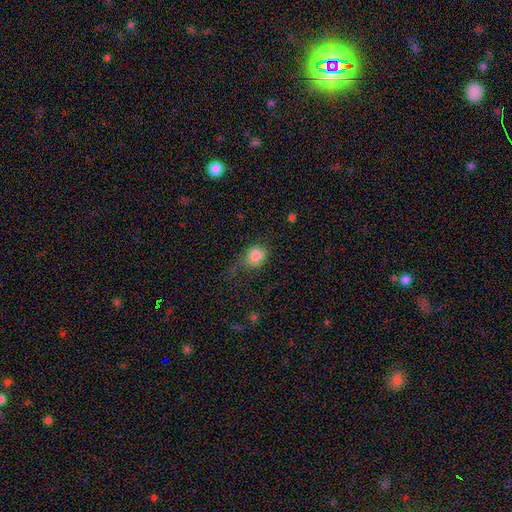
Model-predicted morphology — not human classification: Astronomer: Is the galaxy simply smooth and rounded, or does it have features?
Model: smooth — 83%.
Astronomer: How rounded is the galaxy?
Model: round — 64%.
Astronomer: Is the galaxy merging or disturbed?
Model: none — 44% (runner-up: minor disturbance, 29%).